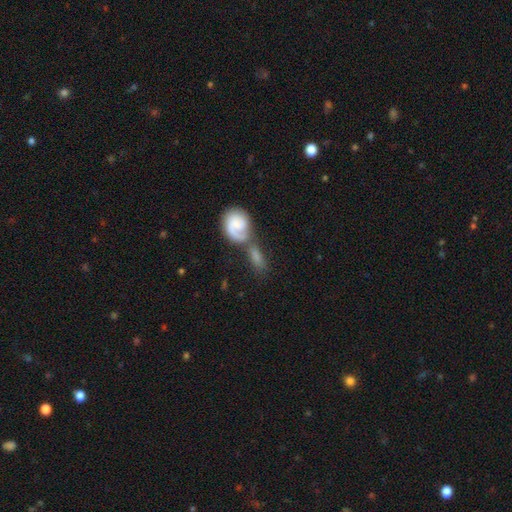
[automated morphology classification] Smooth or featured? Predicted: smooth (p=0.46). Merging? Predicted: merger (p=0.52).